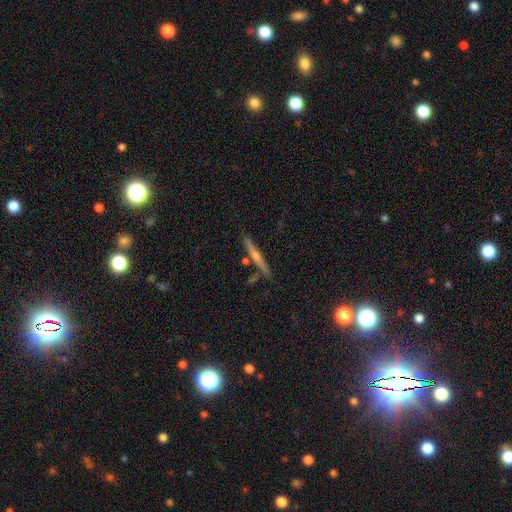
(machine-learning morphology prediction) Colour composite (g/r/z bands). It shows a featured or disk galaxy (67%) viewed edge-on (97%) with a rounded central bulge (74%). Merging: none (86%).